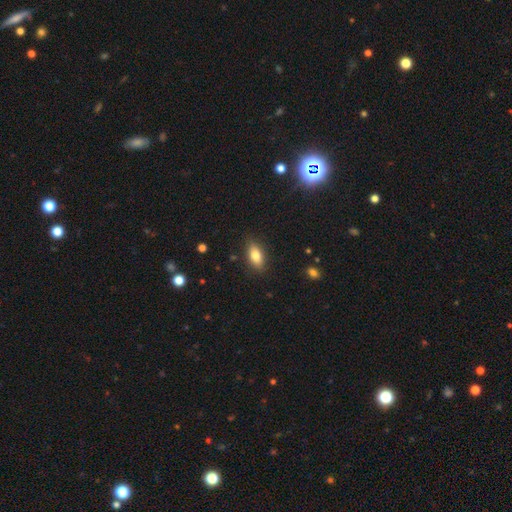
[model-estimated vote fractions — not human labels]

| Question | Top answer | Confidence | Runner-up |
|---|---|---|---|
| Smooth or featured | smooth | 80% | featured or disk (12%) |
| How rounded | in between | 86% | cigar-shaped (9%) |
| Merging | none | 85% | minor disturbance (11%) |